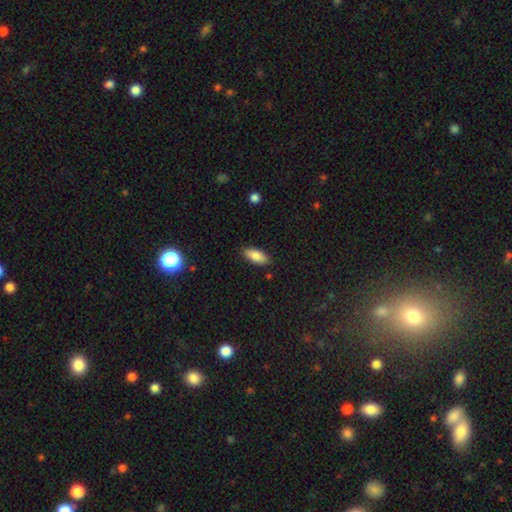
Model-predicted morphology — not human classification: This appears to be a smooth galaxy with no disk features (84%) that is in between round and cigar-shaped (84%). Merging: none (87%).